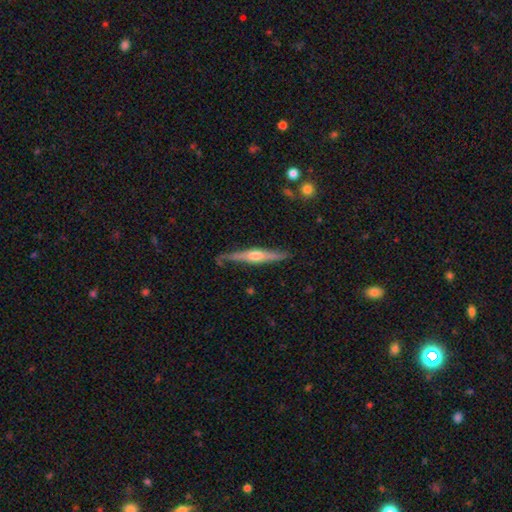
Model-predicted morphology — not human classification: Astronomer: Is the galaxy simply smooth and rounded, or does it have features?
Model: featured or disk — 72%.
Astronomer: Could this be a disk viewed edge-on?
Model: yes — 97%.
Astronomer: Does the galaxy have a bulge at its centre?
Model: rounded — 89%.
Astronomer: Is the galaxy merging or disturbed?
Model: none — 81%.